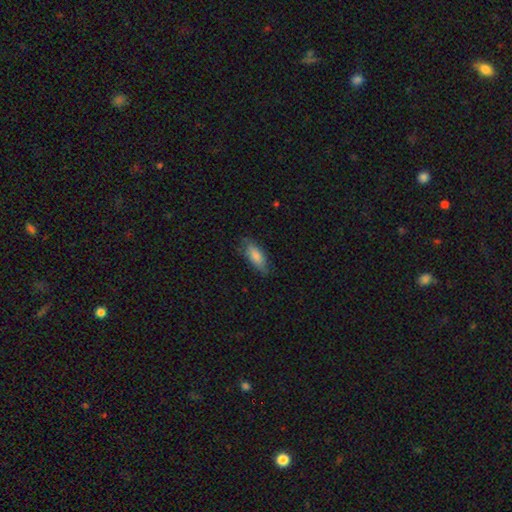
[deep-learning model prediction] Smooth or featured: smooth — 79% (featured or disk — 14%)
How rounded: in between — 73% (cigar-shaped — 25%)
Merging: none — 75% (minor disturbance — 20%)